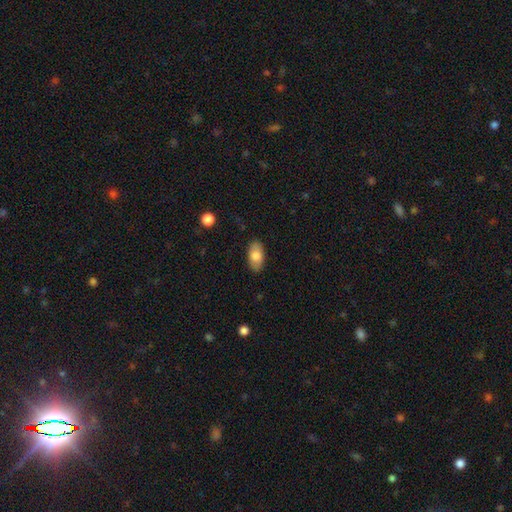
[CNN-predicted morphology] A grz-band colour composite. It shows a smooth galaxy with no disk features (80%) that is in between round and cigar-shaped (93%). Merging: none (87%).